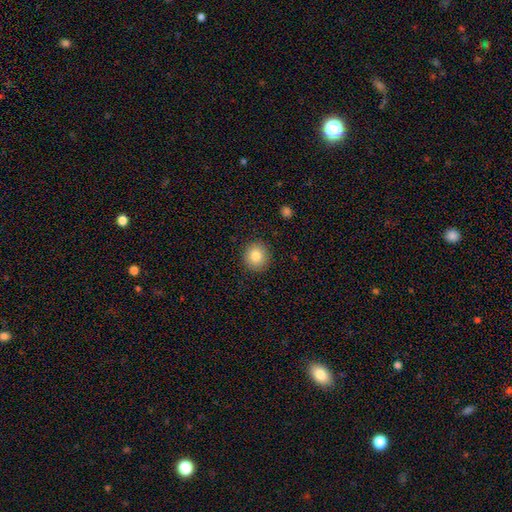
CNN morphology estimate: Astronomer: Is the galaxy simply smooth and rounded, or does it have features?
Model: smooth — 83%.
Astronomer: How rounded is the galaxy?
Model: round — 90%.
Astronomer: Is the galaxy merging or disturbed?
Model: none — 90%.